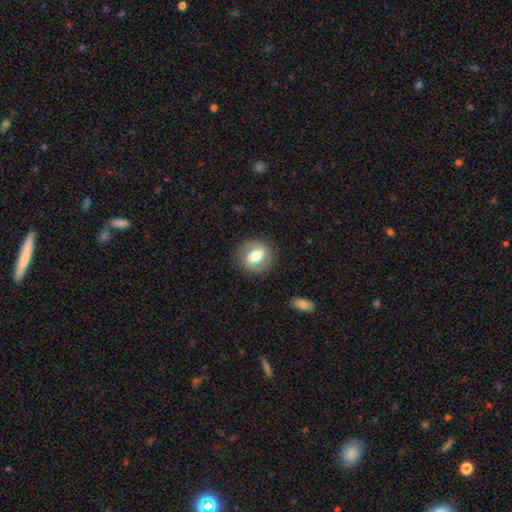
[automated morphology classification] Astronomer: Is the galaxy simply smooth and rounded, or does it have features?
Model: smooth — 59% (runner-up: featured or disk, 34%).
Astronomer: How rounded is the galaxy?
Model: round — 63%.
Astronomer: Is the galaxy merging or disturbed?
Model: none — 83%.